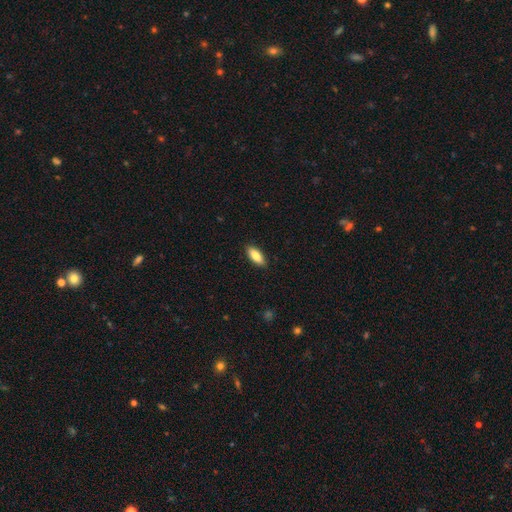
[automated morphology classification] Q: Smooth or featured?
A: smooth (84%); runner-up: featured or disk (10%)
Q: How rounded?
A: in between (77%); runner-up: cigar-shaped (21%)
Q: Merging?
A: none (90%); runner-up: minor disturbance (8%)